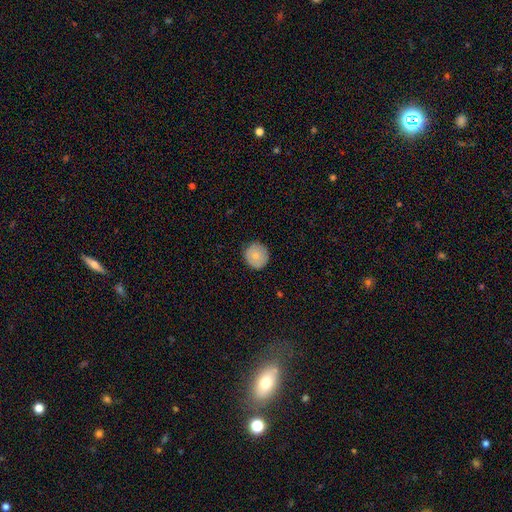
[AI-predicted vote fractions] smooth-or-featured: smooth: 77% | featured or disk: 15% | star or artifact: 8%
  how-rounded: round: 94% | in between: 5% | cigar-shaped: 1%
  merging: none: 88% | minor disturbance: 9% | major disturbance: 2% | merger: 1%